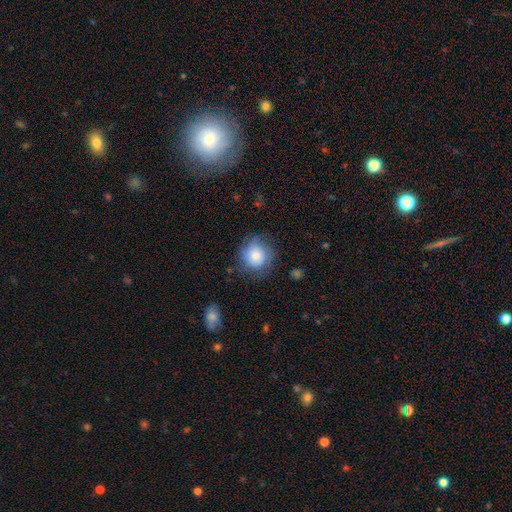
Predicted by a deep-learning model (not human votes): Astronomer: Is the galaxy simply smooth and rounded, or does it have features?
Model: smooth — 68%.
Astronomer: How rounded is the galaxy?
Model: round — 88%.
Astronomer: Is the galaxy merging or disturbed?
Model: none — 68%.